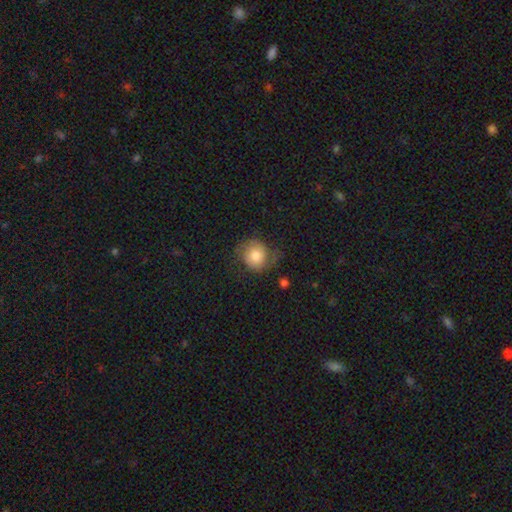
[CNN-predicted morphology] A smooth galaxy with no disk features (58%) that is round (81%).

Vote fractions:
- Smooth or featured? smooth: 58% / featured or disk: 34% / star or artifact: 8%
- How rounded? round: 81% / in between: 18% / cigar-shaped: 1%
- Merging? none: 58% / minor disturbance: 25% / major disturbance: 16% / merger: 2%